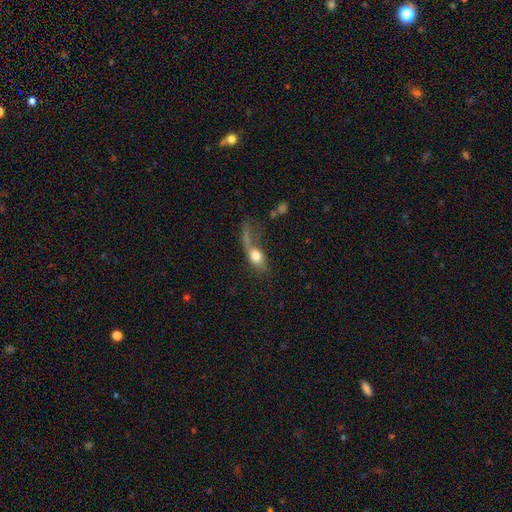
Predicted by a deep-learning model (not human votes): Smooth or featured: smooth — 63% (featured or disk — 27%)
How rounded: in between — 64% (round — 21%)
Merging: major disturbance — 48% (none — 20%)